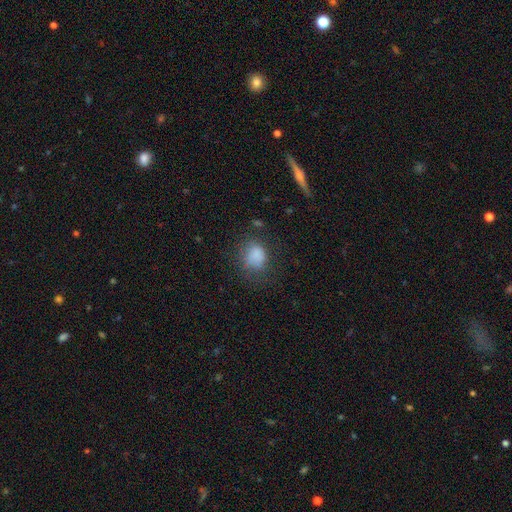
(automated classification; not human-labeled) Smooth or featured?
  - smooth: 79% *
  - star or artifact: 12%
  - featured or disk: 9%
How rounded?
  - round: 58% *
  - in between: 41%
  - cigar-shaped: 1%
Merging?
  - none: 56% *
  - minor disturbance: 25%
  - major disturbance: 17%
  - merger: 3%